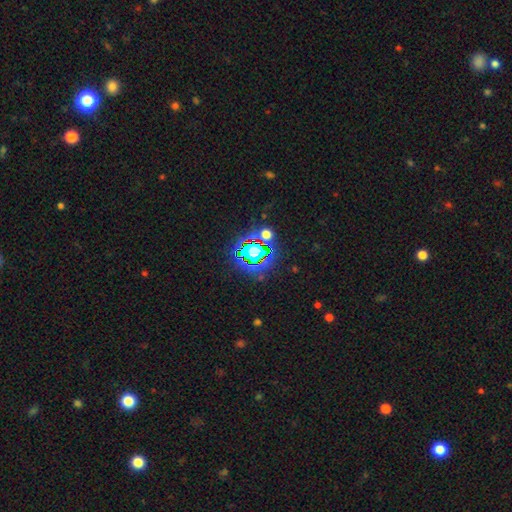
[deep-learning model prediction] Morphology: type=star or artifact (81%).